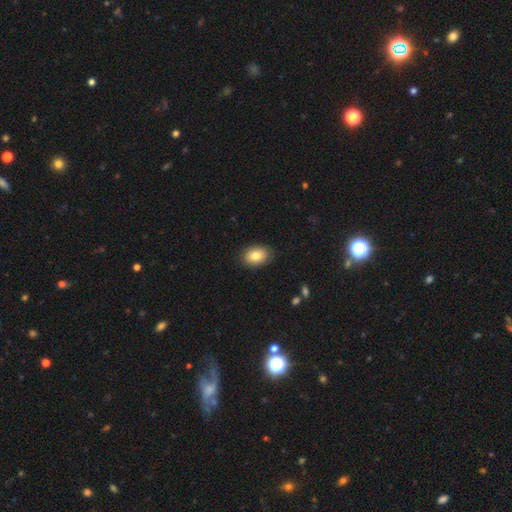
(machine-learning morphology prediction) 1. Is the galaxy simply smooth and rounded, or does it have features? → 82% smooth, 10% featured or disk, 8% star or artifact.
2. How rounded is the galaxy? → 81% in between, 18% round, 1% cigar-shaped.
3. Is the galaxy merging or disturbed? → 86% none, 10% minor disturbance, 2% major disturbance, 1% merger.